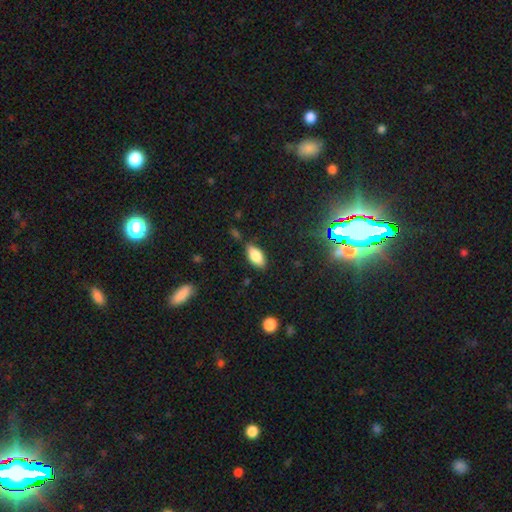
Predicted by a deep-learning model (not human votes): Overall: smooth (78%). How rounded: in between (89%). Merging: none (77%).